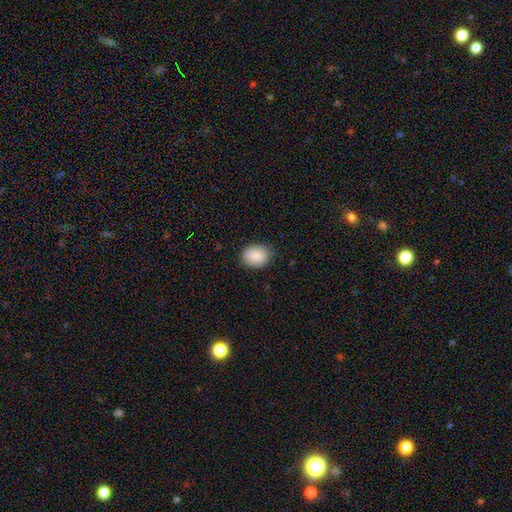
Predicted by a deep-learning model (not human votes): This is clearly a smooth galaxy (88%). How rounded: likely in between (61%). Merging: clearly none (81%).